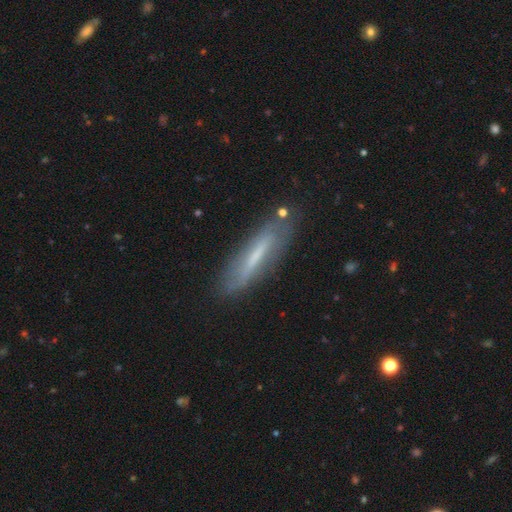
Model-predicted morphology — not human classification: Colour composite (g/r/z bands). It shows a featured or disk galaxy (48%). Merging: none (79%).